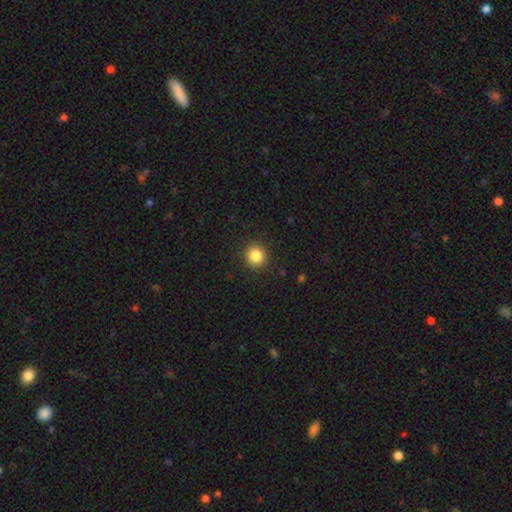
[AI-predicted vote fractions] Overall: smooth (85%). How rounded: round (92%). Merging: none (91%).